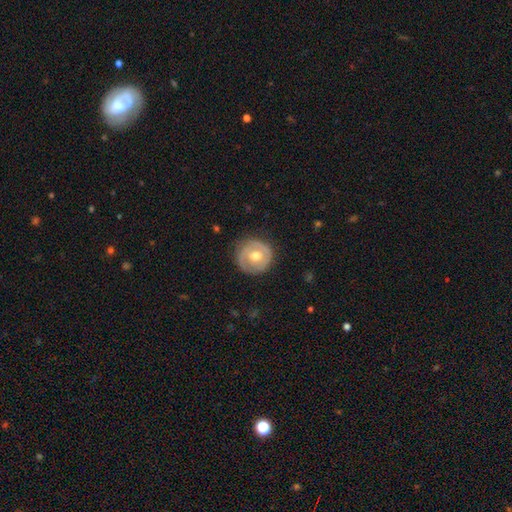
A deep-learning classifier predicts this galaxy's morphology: featured or disk 55%, smooth 39%, star or artifact 6%. Down the decision tree: edge-on disk — no (96%); bar — no (74%); spiral arms — no (56%); bulge size — moderate (79%); merging — none (81%).